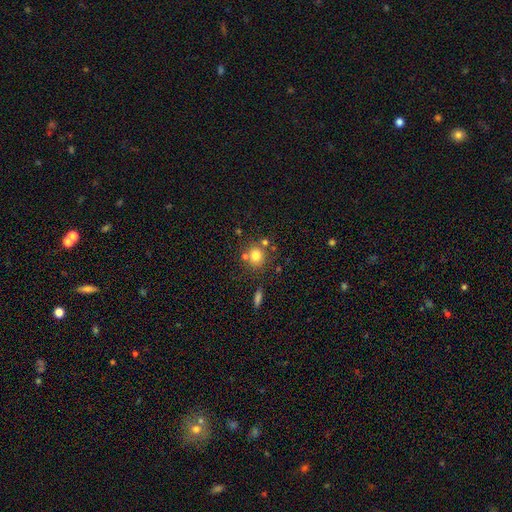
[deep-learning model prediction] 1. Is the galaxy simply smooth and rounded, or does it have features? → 76% smooth, 13% star or artifact, 11% featured or disk.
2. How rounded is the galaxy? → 83% round, 16% in between, 1% cigar-shaped.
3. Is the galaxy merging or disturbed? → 67% none, 17% merger, 11% minor disturbance, 4% major disturbance.